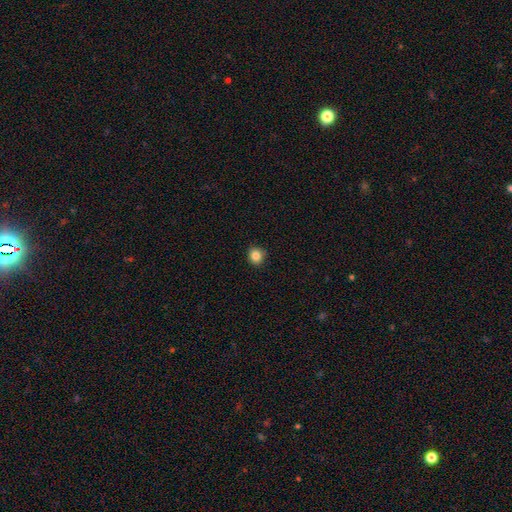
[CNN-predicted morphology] A smooth galaxy with no disk features (85%) that is round (89%).

Vote fractions:
- Smooth or featured? smooth: 85% / star or artifact: 10% / featured or disk: 5%
- How rounded? round: 89% / in between: 10% / cigar-shaped: 1%
- Merging? none: 90% / minor disturbance: 7% / major disturbance: 2% / merger: 1%